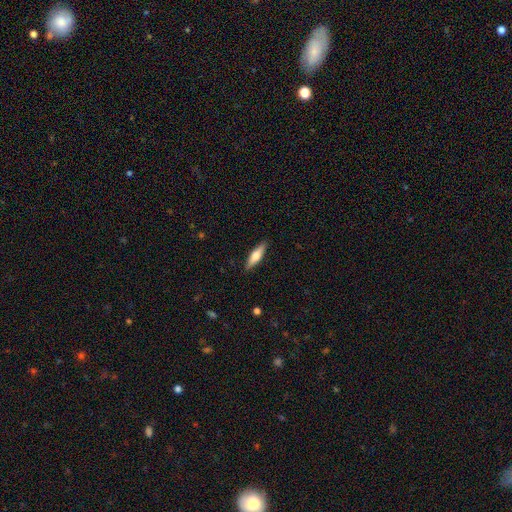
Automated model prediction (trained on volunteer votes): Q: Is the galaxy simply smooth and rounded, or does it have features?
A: smooth — 55%.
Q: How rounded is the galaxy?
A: cigar-shaped — 66%.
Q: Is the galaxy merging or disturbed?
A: none — 89%.